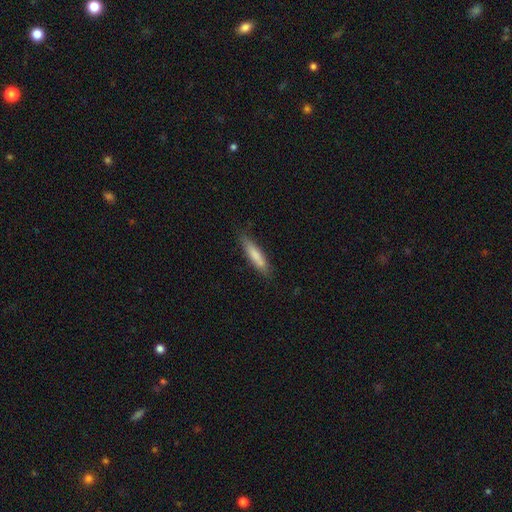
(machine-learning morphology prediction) smooth_or_featured: smooth (p=0.79) [alt: featured or disk p=0.15]
how_rounded: cigar-shaped (p=0.83) [alt: in between p=0.16]
merging: none (p=0.80) [alt: minor disturbance p=0.15]